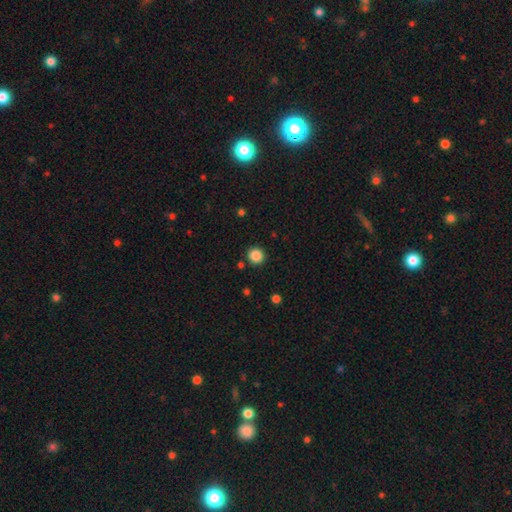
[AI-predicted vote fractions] Smooth or featured? smooth (86%)
How rounded? round (92%)
Merging? none (90%)